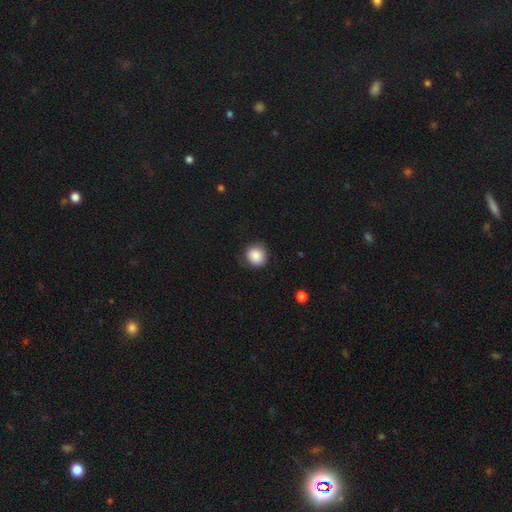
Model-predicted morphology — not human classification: This is clearly a smooth galaxy (87%). How rounded: clearly round (87%). Merging: likely none (79%).